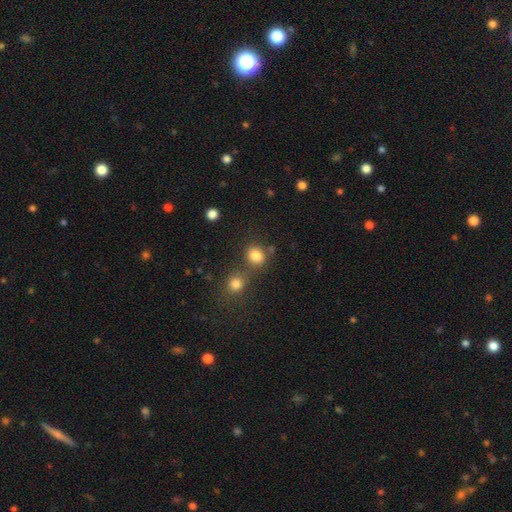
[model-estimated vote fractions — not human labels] Smooth or featured? smooth (81%)
How rounded? round (75%)
Merging? none (61%)